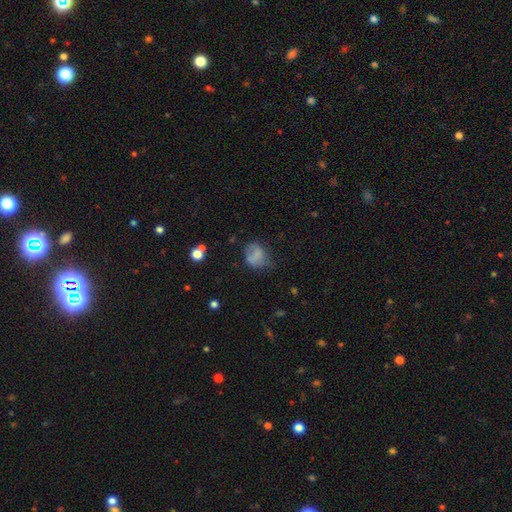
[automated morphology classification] smooth-or-featured: smooth: 70% | featured or disk: 18% | star or artifact: 12%
  how-rounded: round: 51% | in between: 48% | cigar-shaped: 1%
  merging: none: 43% | minor disturbance: 33% | major disturbance: 21% | merger: 4%